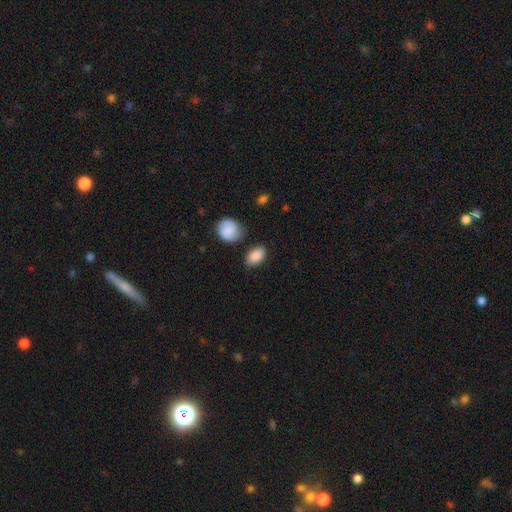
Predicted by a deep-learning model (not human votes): A smooth galaxy with no disk features (88%) that is in between round and cigar-shaped (86%).

Vote fractions:
- Smooth or featured? smooth: 88% / star or artifact: 7% / featured or disk: 5%
- How rounded? in between: 86% / round: 12% / cigar-shaped: 1%
- Merging? none: 78% / minor disturbance: 14% / merger: 5% / major disturbance: 3%